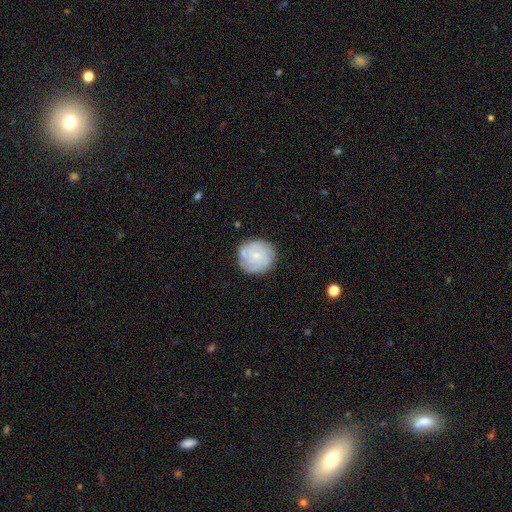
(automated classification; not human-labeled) Morphology: type=featured or disk (54%); edge-on=no (98%); bar=no (71%); spiral arms=yes (86%); bulge=small (71%); merging=none (81%).